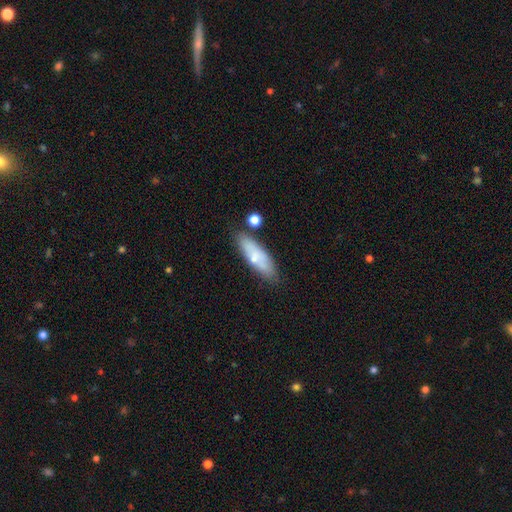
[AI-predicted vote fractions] Overall: smooth (69%). How rounded: cigar-shaped (49%, tied with in between). Merging: none (74%).